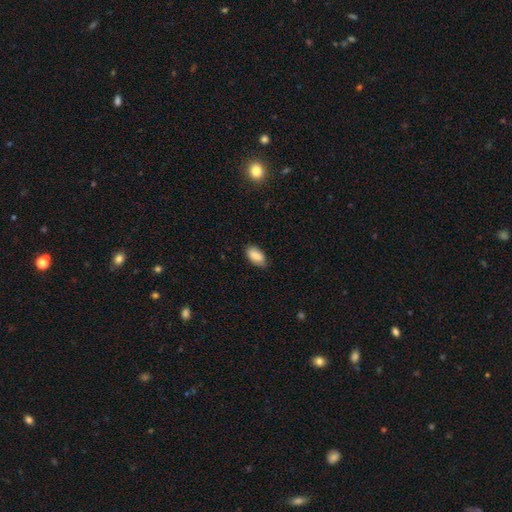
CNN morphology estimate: smooth_or_featured: smooth (p=0.85) [alt: featured or disk p=0.08]
how_rounded: in between (p=0.93) [alt: cigar-shaped p=0.04]
merging: none (p=0.80) [alt: minor disturbance p=0.16]